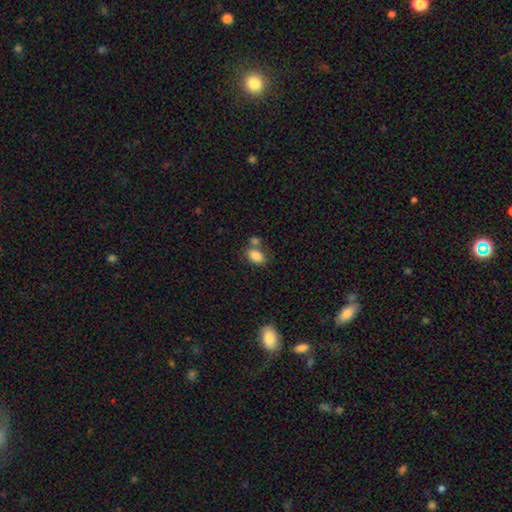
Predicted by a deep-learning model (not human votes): Smooth or featured?
  - smooth: 83% *
  - star or artifact: 8%
  - featured or disk: 8%
How rounded?
  - in between: 87% *
  - round: 12%
  - cigar-shaped: 2%
Merging?
  - none: 52% *
  - merger: 30%
  - minor disturbance: 14%
  - major disturbance: 5%